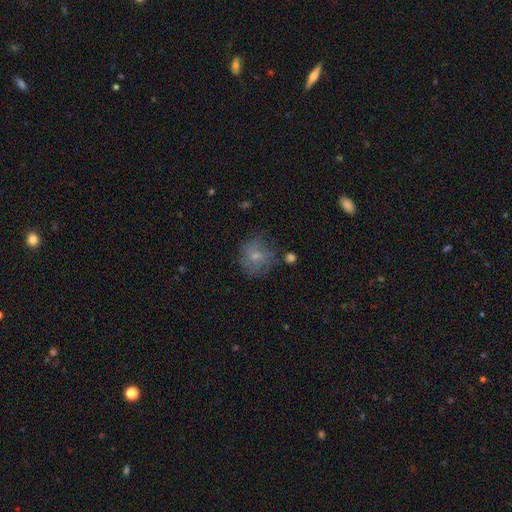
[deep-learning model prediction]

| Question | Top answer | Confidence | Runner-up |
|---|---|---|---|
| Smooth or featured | smooth | 62% | featured or disk (27%) |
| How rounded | round | 79% | in between (19%) |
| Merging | none | 64% | minor disturbance (21%) |